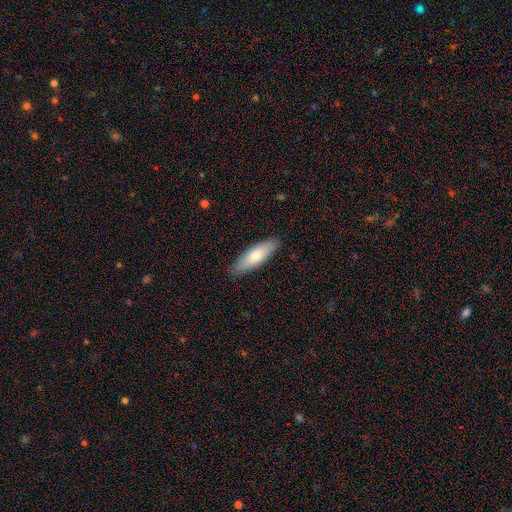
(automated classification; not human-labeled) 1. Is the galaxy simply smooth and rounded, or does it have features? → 72% smooth, 22% featured or disk, 5% star or artifact.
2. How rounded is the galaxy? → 50% cigar-shaped, 48% in between, 2% round.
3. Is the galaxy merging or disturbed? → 88% none, 9% minor disturbance, 2% major disturbance, 1% merger.